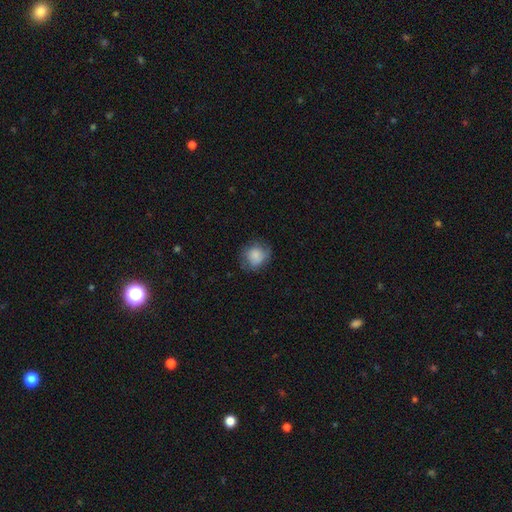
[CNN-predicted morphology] Smooth or featured? Predicted: smooth (p=0.76). How rounded? Predicted: round (p=0.74). Merging? Predicted: none (p=0.66).